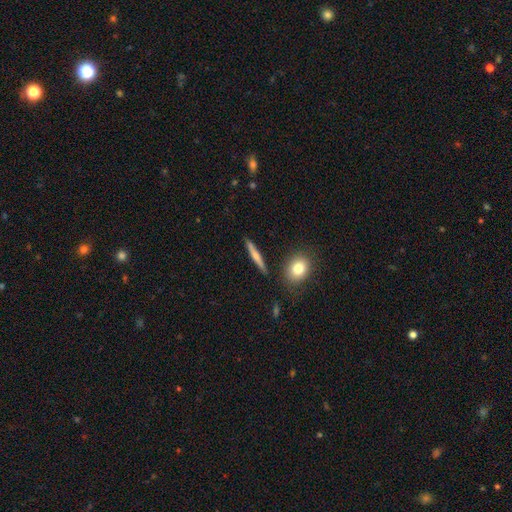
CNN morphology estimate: This appears to be a smooth galaxy with no disk features (55%) that is cigar-shaped (88%). Merging: none (88%).